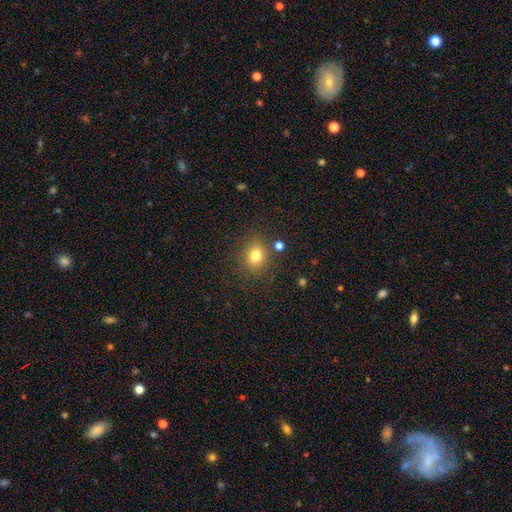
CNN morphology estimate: type=smooth (78%); roundness=round (74%); merging=none (82%).